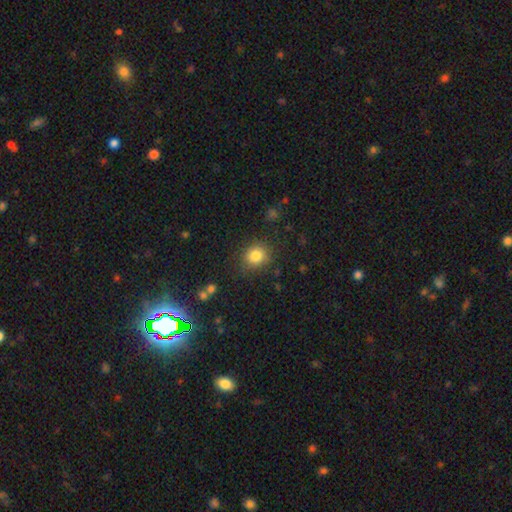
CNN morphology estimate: This appears to be a smooth galaxy with no disk features (83%) that is round (72%). Merging: none (84%).